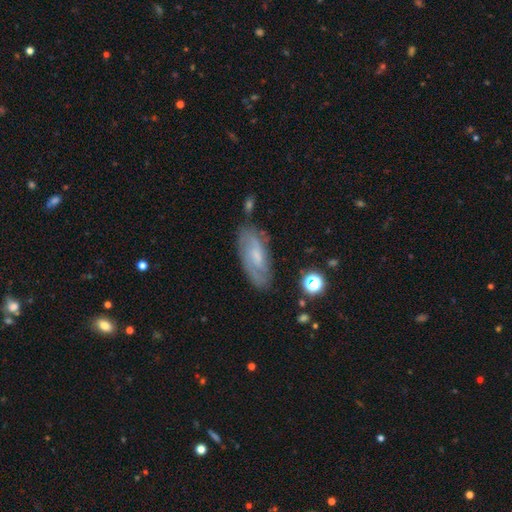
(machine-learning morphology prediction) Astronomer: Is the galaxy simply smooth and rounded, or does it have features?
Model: featured or disk — 60%.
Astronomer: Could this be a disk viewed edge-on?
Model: no — 89%.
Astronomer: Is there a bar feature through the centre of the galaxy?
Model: no — 47% (runner-up: weak, 45%).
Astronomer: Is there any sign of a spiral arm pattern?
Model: yes — 85%.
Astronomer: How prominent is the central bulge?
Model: small — 46% (runner-up: moderate, 31%).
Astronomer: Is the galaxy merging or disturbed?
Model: none — 73%.